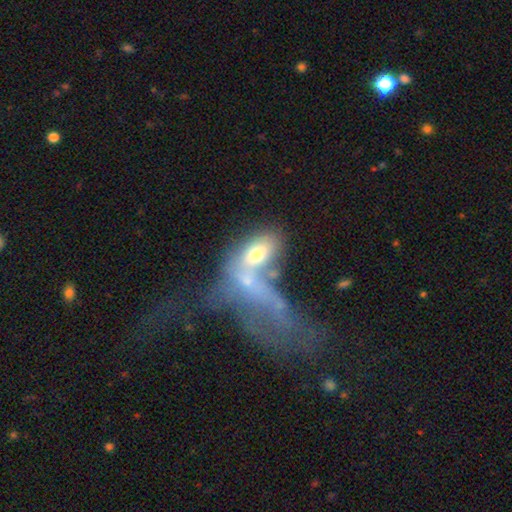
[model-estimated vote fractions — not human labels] Overall: smooth (55%; featured or disk 34%). How rounded: in between (83%). Merging: merger (50%; major disturbance 28%).